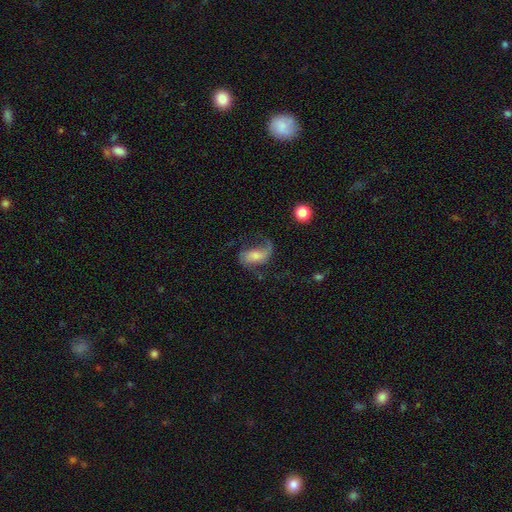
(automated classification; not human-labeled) Smooth or featured?
  - featured or disk: 60% *
  - smooth: 32%
  - star or artifact: 9%
Edge-on disk?
  - no: 96% *
  - yes: 4%
Bar?
  - no: 54% *
  - weak: 34%
  - strong: 13%
Spiral arms?
  - yes: 89% *
  - no: 11%
Spiral winding?
  - loose: 69% *
  - medium: 25%
  - tight: 7%
Spiral arm count?
  - 2: 56% *
  - 1: 37%
  - can't tell: 4%
  - 3: 1%
  - 4: 1%
  - more than 4: 1%
Bulge size?
  - small: 36% *
  - moderate: 30%
  - none: 18%
  - large: 13%
  - dominant: 4%
Merging?
  - none: 40% *
  - major disturbance: 37%
  - minor disturbance: 20%
  - merger: 3%